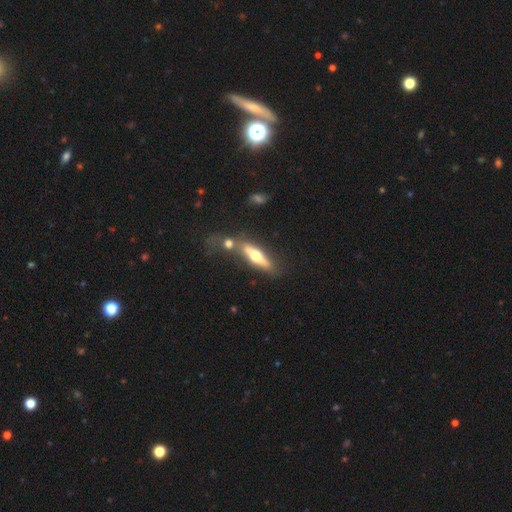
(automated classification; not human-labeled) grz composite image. It shows a featured or disk galaxy (56%) viewed edge-on (87%). Merging: none (56%).